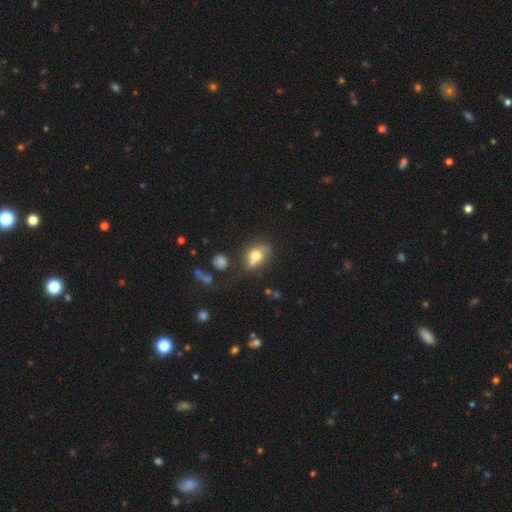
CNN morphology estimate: A smooth galaxy with no disk features (68%) that is in between round and cigar-shaped (58%).

Vote fractions:
- Smooth or featured? smooth: 68% / featured or disk: 21% / star or artifact: 11%
- How rounded? in between: 58% / round: 39% / cigar-shaped: 2%
- Merging? none: 48% / minor disturbance: 21% / merger: 20% / major disturbance: 10%